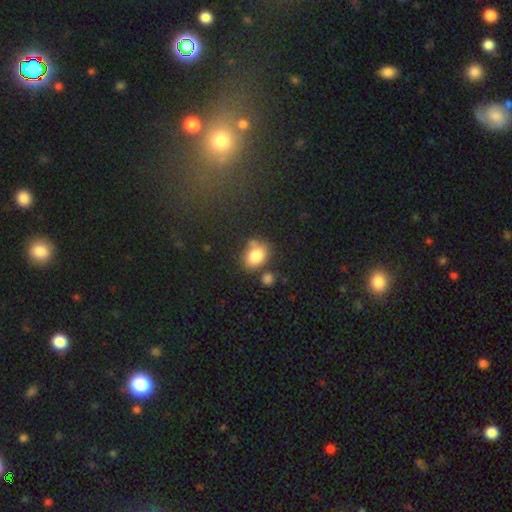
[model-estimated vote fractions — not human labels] Smooth or featured?
  - smooth: 81% *
  - featured or disk: 10%
  - star or artifact: 9%
How rounded?
  - in between: 61% *
  - round: 37%
  - cigar-shaped: 1%
Merging?
  - none: 59% *
  - merger: 19%
  - minor disturbance: 17%
  - major disturbance: 5%